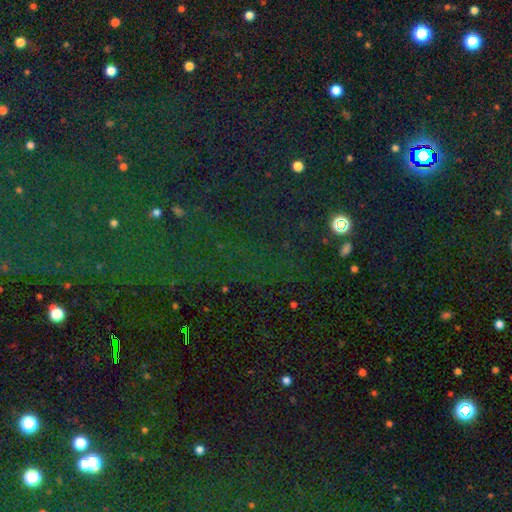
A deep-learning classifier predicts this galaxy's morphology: A star or artifact, not a galaxy (79%).